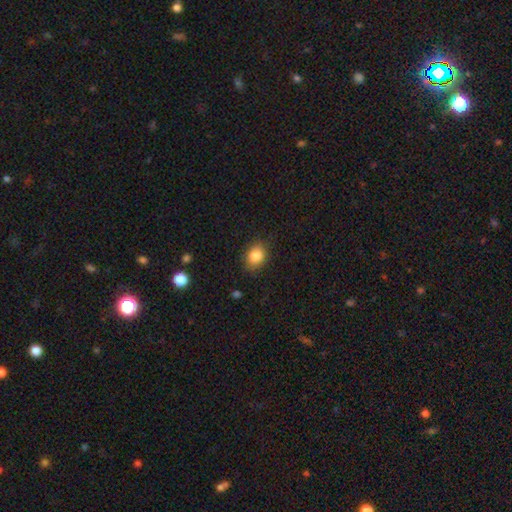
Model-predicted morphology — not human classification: This appears to be a smooth galaxy with no disk features (84%) that is in between round and cigar-shaped (56%). Merging: none (83%).